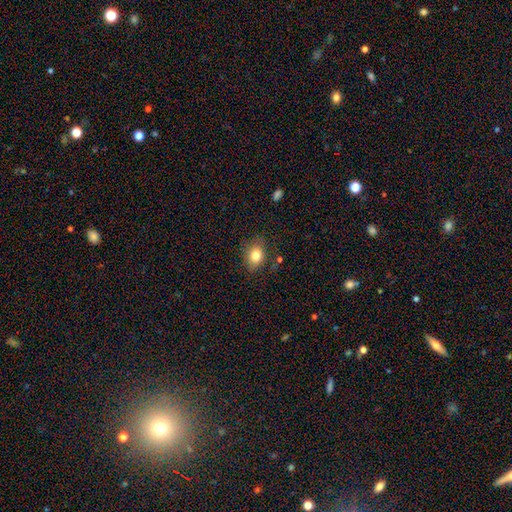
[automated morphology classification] smooth 81%, featured or disk 10%, star or artifact 9%. Down the decision tree: how rounded — in between (71%); merging — none (77%).